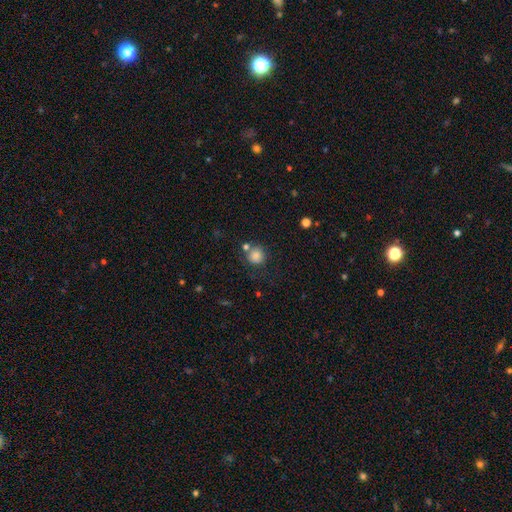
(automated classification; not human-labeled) A smooth galaxy with no disk features (81%) that is round (90%).

Vote fractions:
- Smooth or featured? smooth: 81% / star or artifact: 11% / featured or disk: 8%
- How rounded? round: 90% / in between: 9% / cigar-shaped: 1%
- Merging? none: 67% / merger: 14% / minor disturbance: 13% / major disturbance: 5%